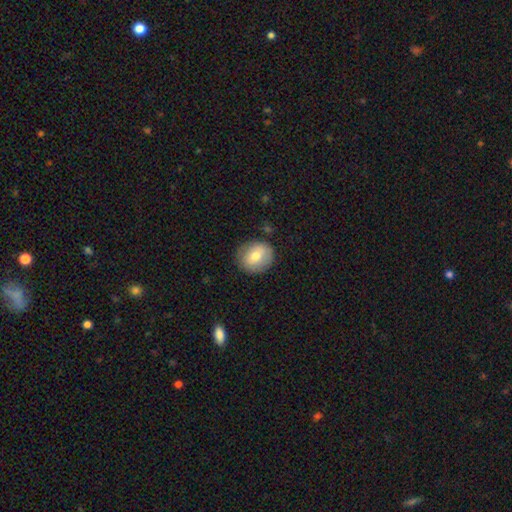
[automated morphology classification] type=smooth (71%); roundness=round (77%); merging=none (83%).